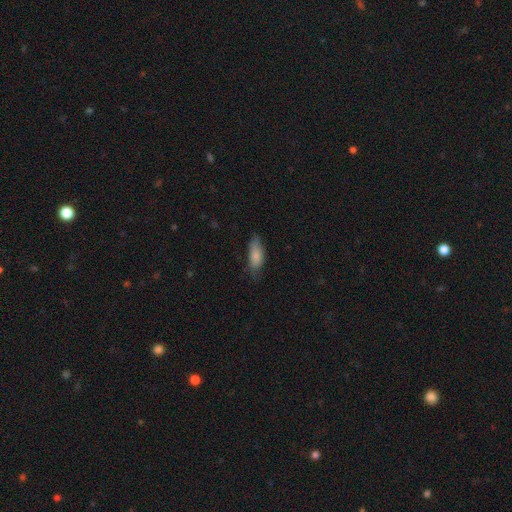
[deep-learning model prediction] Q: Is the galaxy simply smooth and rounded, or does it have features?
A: smooth — 83%.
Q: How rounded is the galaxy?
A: in between — 73%.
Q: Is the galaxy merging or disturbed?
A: none — 65%.